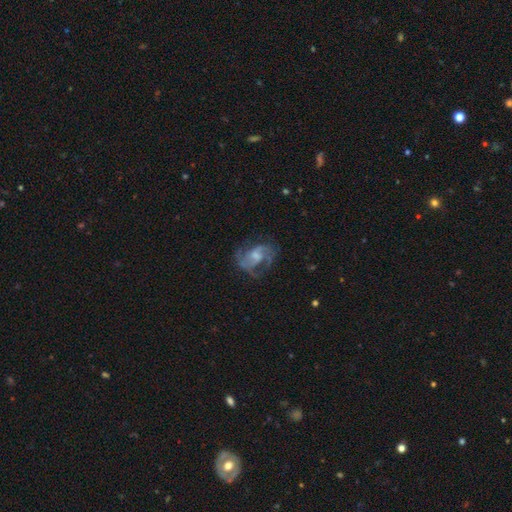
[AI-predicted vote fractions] A featured or disk galaxy (80%) with a weak bar (48%), 2 (70%) medium (53%) spiral arms (90%) and a moderate central bulge (41%). Merging: none (59%).